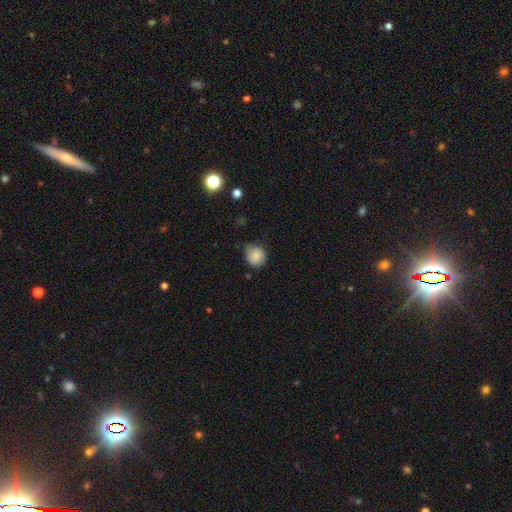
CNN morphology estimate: smooth-or-featured: smooth: 85% | star or artifact: 9% | featured or disk: 6%
  how-rounded: round: 84% | in between: 15% | cigar-shaped: 1%
  merging: none: 67% | minor disturbance: 27% | major disturbance: 5% | merger: 2%